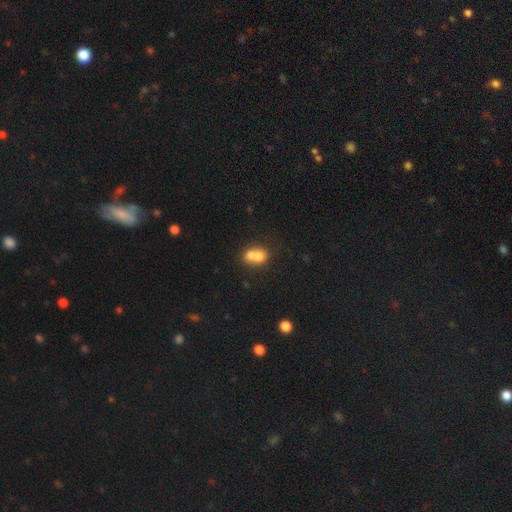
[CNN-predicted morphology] A smooth galaxy with no disk features (68%) that is round (53%). Merging: merger (67%).